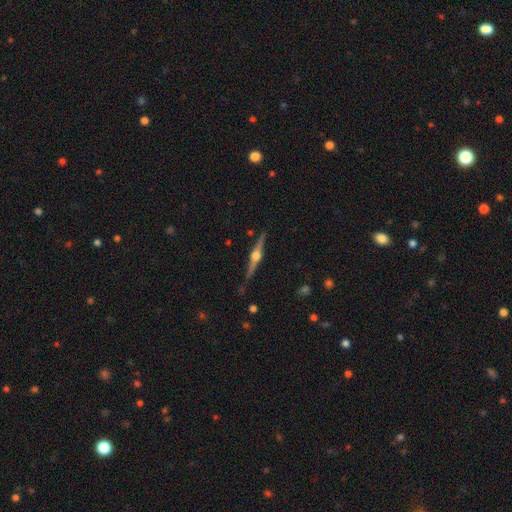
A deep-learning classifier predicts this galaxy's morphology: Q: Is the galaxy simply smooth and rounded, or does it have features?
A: featured or disk — 85%.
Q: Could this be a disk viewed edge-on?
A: yes — 98%.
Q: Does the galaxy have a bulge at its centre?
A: rounded — 96%.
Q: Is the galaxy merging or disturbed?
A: none — 89%.